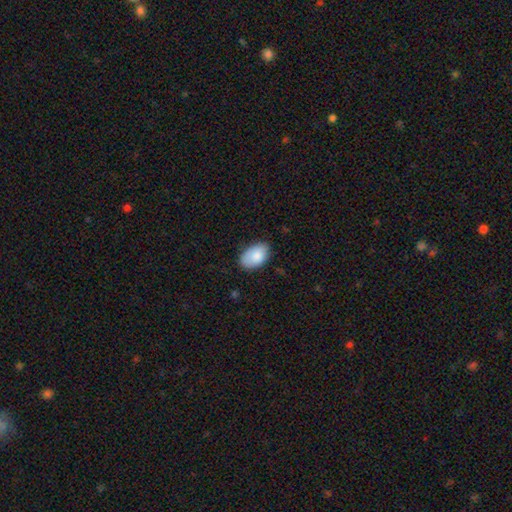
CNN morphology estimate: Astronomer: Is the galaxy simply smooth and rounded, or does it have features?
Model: smooth — 85%.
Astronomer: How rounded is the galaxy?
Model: in between — 92%.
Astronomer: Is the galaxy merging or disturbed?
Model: none — 77%.